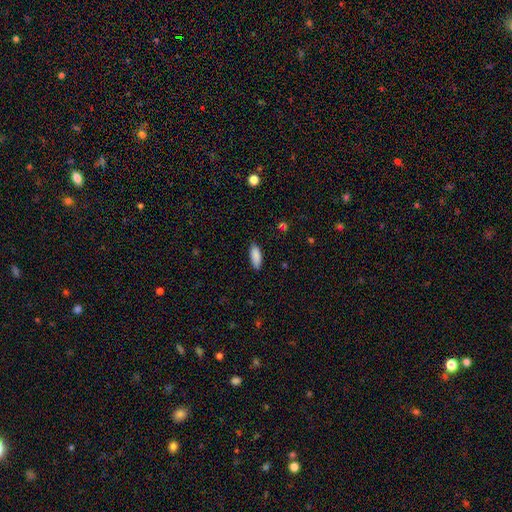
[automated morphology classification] Smooth or featured: smooth — 89% (star or artifact — 6%)
How rounded: in between — 77% (cigar-shaped — 21%)
Merging: none — 84% (minor disturbance — 13%)